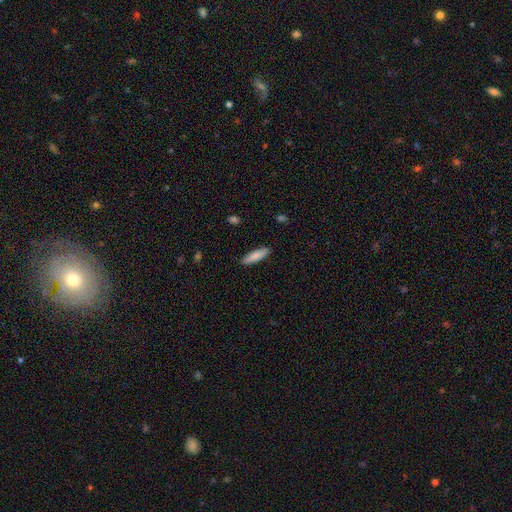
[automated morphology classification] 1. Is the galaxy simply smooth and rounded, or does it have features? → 84% smooth, 10% featured or disk, 6% star or artifact.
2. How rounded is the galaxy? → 70% cigar-shaped, 28% in between, 1% round.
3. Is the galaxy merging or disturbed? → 89% none, 8% minor disturbance, 2% major disturbance, 1% merger.